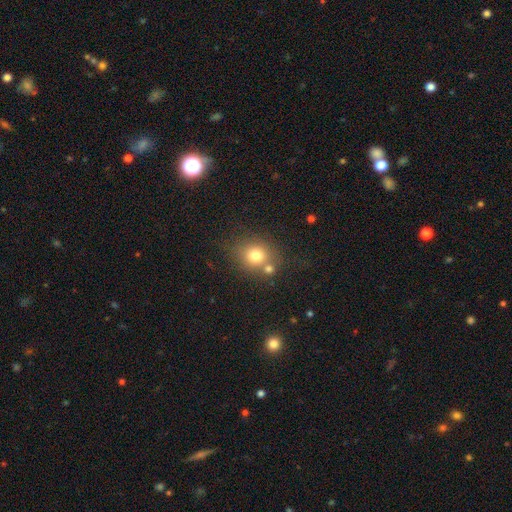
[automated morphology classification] This is likely a smooth galaxy (75%). How rounded: likely round (76%). Merging: likely none (61%).